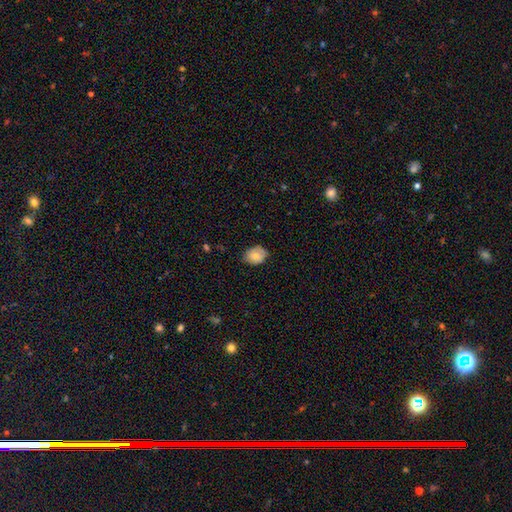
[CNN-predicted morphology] Q: Smooth or featured?
A: smooth (77%); runner-up: featured or disk (15%)
Q: How rounded?
A: in between (55%); runner-up: round (44%)
Q: Merging?
A: none (72%); runner-up: minor disturbance (23%)